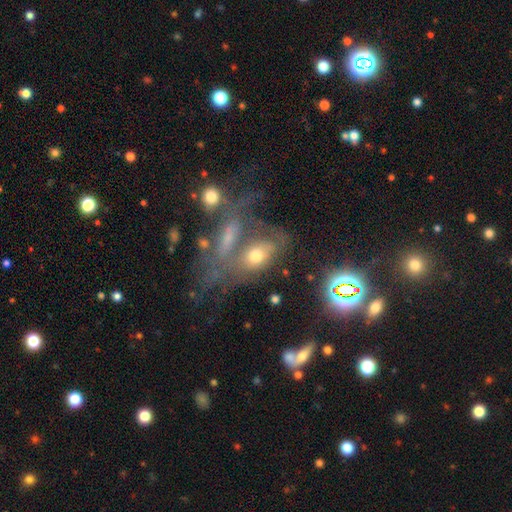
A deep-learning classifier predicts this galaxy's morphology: This is possibly a smooth galaxy (46%). Merging: marginally merger (39%).